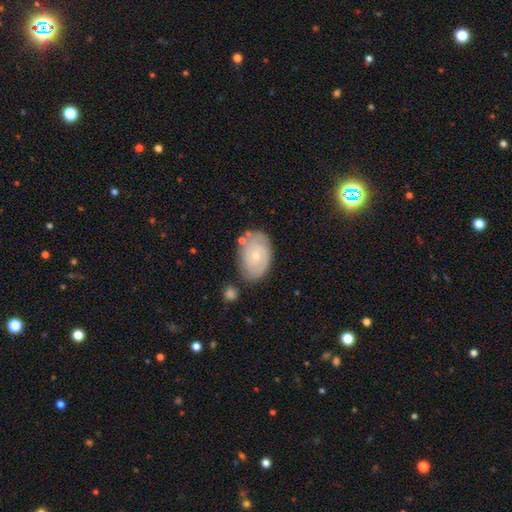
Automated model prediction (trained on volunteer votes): The model was most divided on "spiral arm count": 2: 51%, can't tell: 31%, 3: 8%, 1: 6%, 4: 3%, more than 4: 2%. More confident: edge-on disk — no (96%); spiral arms — yes (85%); bar — no (79%); merging — none (70%); smooth or featured — featured or disk (70%); spiral winding — tight (70%); bulge size — small (65%).